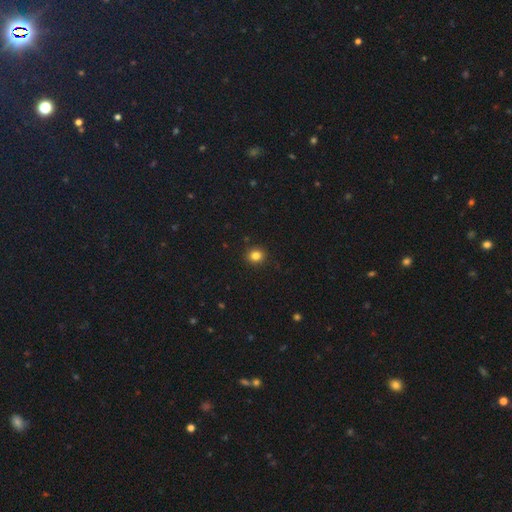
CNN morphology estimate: Smooth or featured? Predicted: smooth (p=0.83). How rounded? Predicted: round (p=0.83). Merging? Predicted: none (p=0.91).